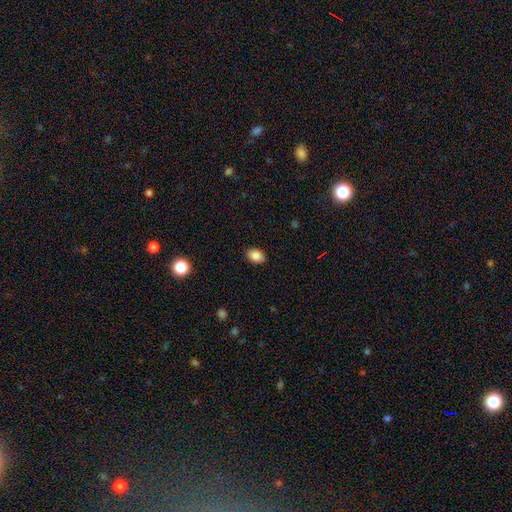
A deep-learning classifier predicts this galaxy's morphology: Smooth or featured: smooth — 86% (star or artifact — 9%)
How rounded: in between — 76% (round — 22%)
Merging: none — 88% (minor disturbance — 9%)